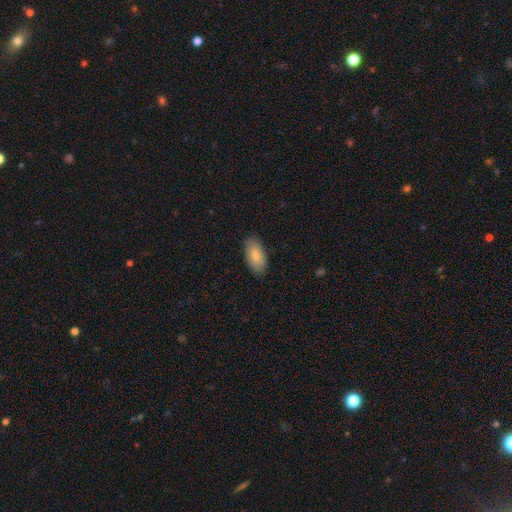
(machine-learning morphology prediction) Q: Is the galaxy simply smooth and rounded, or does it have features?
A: smooth — 83%.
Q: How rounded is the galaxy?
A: in between — 93%.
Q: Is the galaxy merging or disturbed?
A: none — 87%.